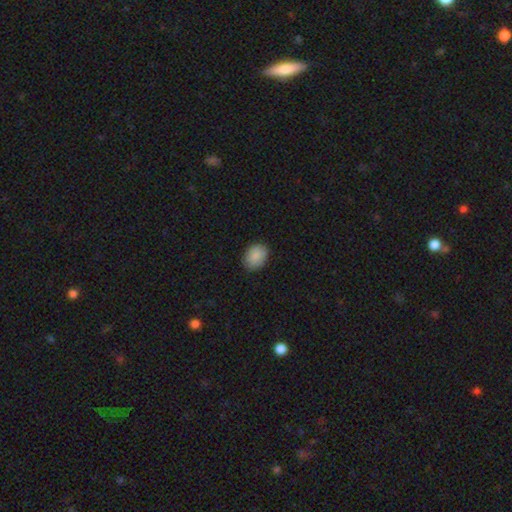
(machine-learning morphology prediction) smooth_or_featured: smooth (p=0.89) [alt: star or artifact p=0.07]
how_rounded: in between (p=0.61) [alt: round p=0.38]
merging: none (p=0.86) [alt: minor disturbance p=0.11]